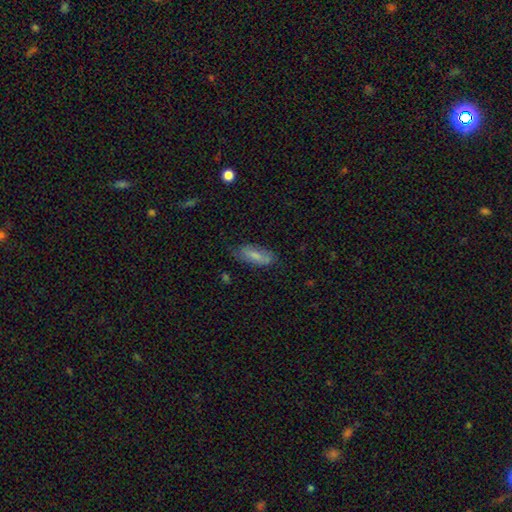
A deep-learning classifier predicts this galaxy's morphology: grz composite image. It shows a smooth galaxy with no disk features (68%) that is in between round and cigar-shaped (75%). Merging: none (69%).